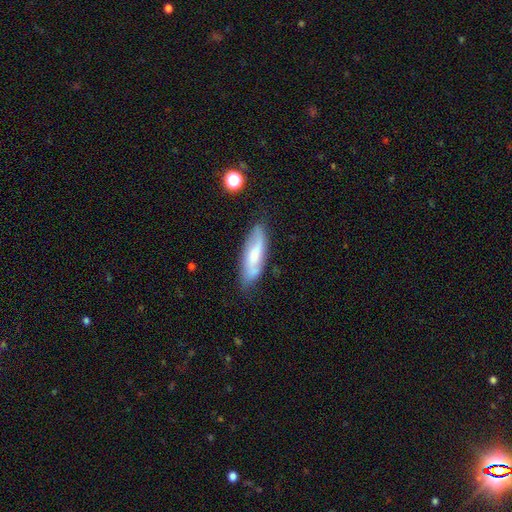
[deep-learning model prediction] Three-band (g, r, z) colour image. It shows a featured or disk galaxy (47%). Merging: none (71%).